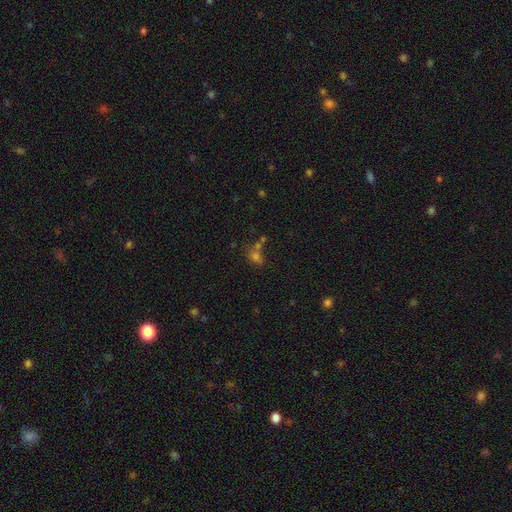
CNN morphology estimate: A smooth galaxy with no disk features (55%) that is in between round and cigar-shaped (49%). Merging: none (50%).